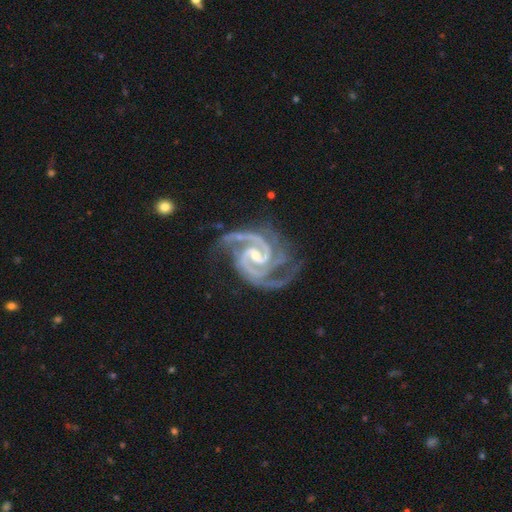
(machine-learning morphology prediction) type=featured or disk (95%); edge-on=no (98%); bar=weak (51%); spiral arms=yes (99%); winding=medium (54%); arm count=2 (76%); bulge=small (53%); merging=none (68%).